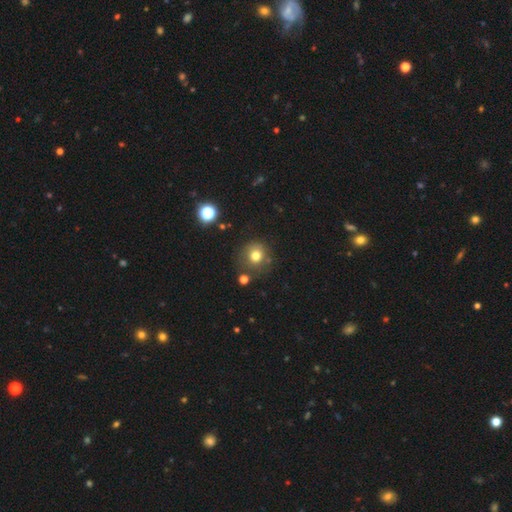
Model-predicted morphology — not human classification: The model was most divided on "merging": none: 75%, minor disturbance: 14%, merger: 6%, major disturbance: 5%. More confident: how rounded — round (90%); smooth or featured — smooth (76%).